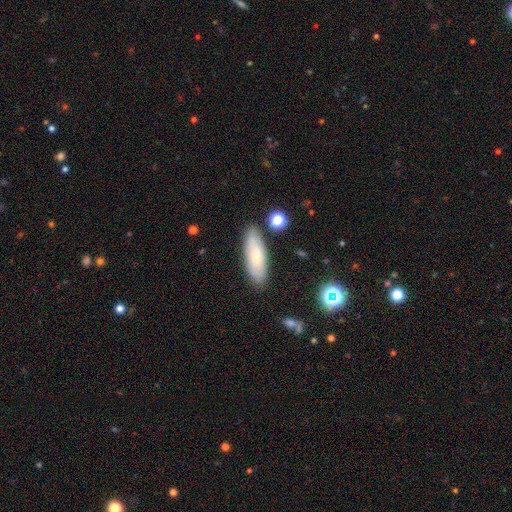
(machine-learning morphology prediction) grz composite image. It shows a smooth galaxy with no disk features (72%) that is in between round and cigar-shaped (58%). Merging: none (83%).